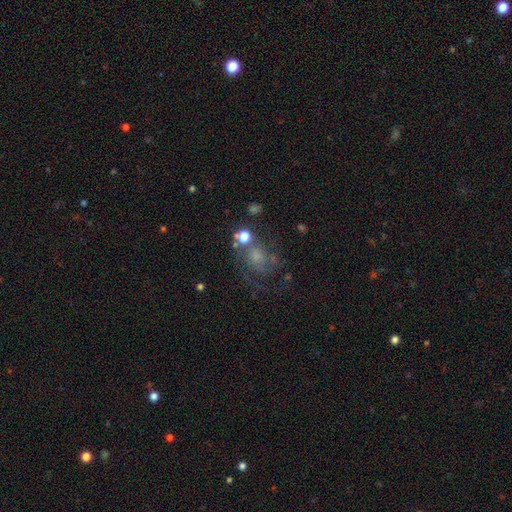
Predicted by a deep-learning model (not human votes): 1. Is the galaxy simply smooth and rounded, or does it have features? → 55% featured or disk, 26% smooth, 18% star or artifact.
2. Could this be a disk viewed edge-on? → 97% no, 3% yes.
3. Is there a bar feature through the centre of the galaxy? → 79% no, 18% weak, 3% strong.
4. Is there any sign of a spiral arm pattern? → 75% yes, 25% no.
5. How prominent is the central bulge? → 44% small, 29% moderate, 19% none, 6% large, 2% dominant.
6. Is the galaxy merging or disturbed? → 47% none, 25% major disturbance, 19% minor disturbance, 10% merger.